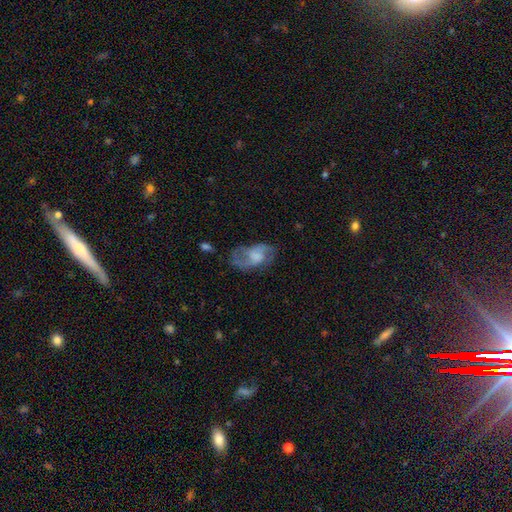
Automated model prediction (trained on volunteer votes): Smooth or featured? Predicted: featured or disk (p=0.66). Edge-on disk? Predicted: no (p=0.96). Bar? Predicted: no (p=0.51). Spiral arms? Predicted: yes (p=0.84). Spiral winding? Predicted: medium (p=0.45). Spiral arm count? Predicted: 2 (p=0.76). Bulge size? Predicted: none (p=0.33). Merging? Predicted: none (p=0.56).